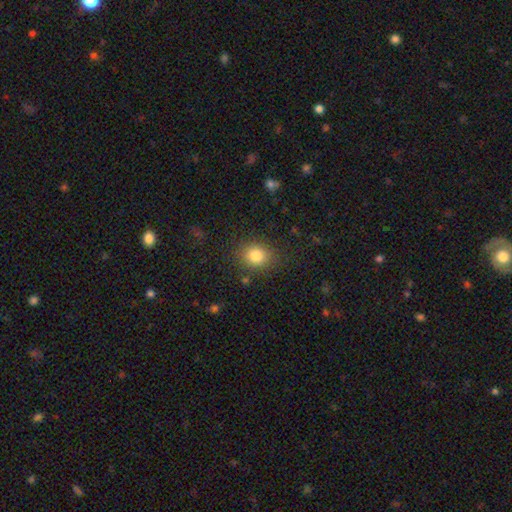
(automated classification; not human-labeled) Smooth or featured: smooth — 83% (star or artifact — 11%)
How rounded: round — 66% (in between — 33%)
Merging: none — 83% (minor disturbance — 11%)